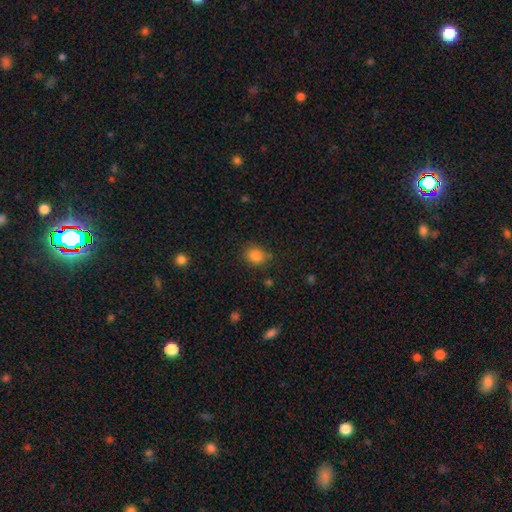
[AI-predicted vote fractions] Morphology: type=smooth (84%); roundness=round (62%); merging=none (78%).